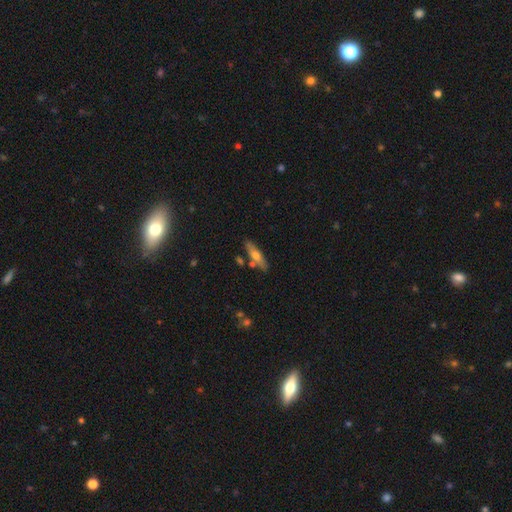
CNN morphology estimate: Smooth or featured: smooth — 56% (featured or disk — 37%)
How rounded: cigar-shaped — 69% (in between — 29%)
Merging: none — 77% (minor disturbance — 12%)